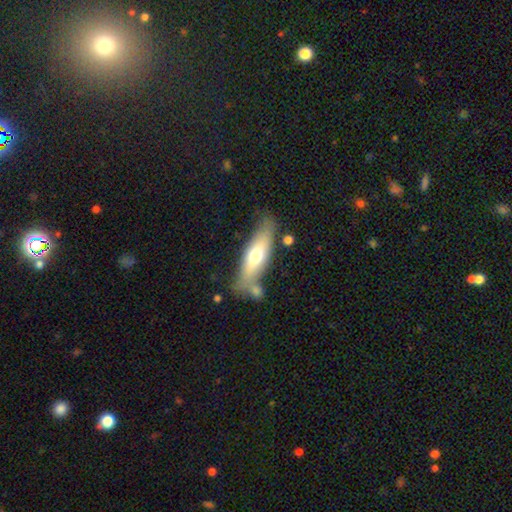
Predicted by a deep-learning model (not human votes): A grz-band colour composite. It shows a smooth galaxy with no disk features (55%) that is cigar-shaped (54%). Merging: none (67%).